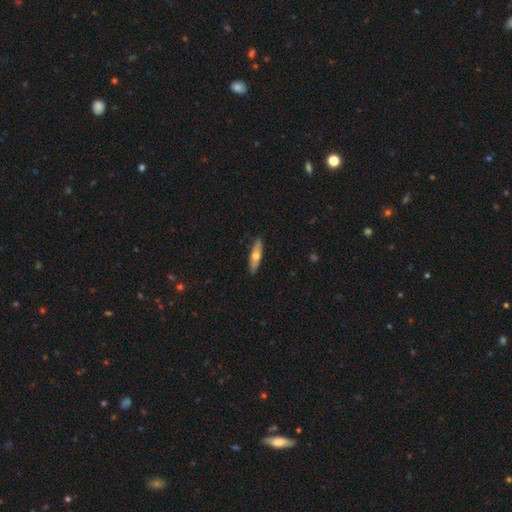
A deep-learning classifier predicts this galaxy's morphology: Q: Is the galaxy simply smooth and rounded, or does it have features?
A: smooth — 53%.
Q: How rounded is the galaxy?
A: cigar-shaped — 69%.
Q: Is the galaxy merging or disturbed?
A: none — 89%.